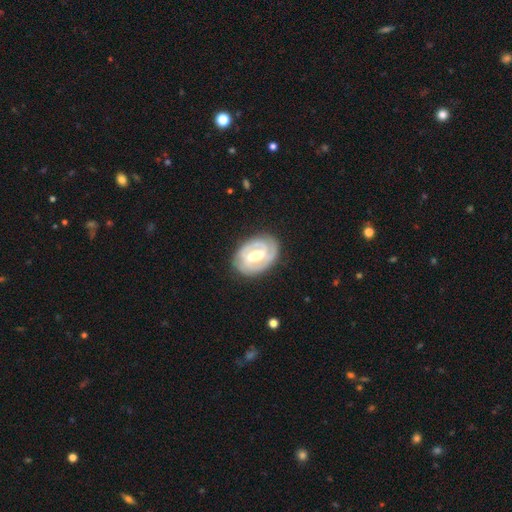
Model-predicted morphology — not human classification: A featured or disk galaxy (84%) with a strong bar (47%), 2 (74%) tight (65%) spiral arms (89%) and a moderate central bulge (65%).

Vote fractions:
- Smooth or featured? featured or disk: 84% / smooth: 12% / star or artifact: 4%
- Edge-on disk? no: 97% / yes: 3%
- Bar? strong: 47% / weak: 41% / no: 12%
- Spiral arms? yes: 89% / no: 11%
- Spiral winding? tight: 65% / medium: 28% / loose: 7%
- Spiral arm count? 2: 74% / can't tell: 12% / 1: 6% / 3: 5% / 4: 2% / more than 4: 1%
- Bulge size? moderate: 65% / small: 17% / large: 15% / none: 2% / dominant: 1%
- Merging? none: 80% / minor disturbance: 14% / major disturbance: 5% / merger: 1%